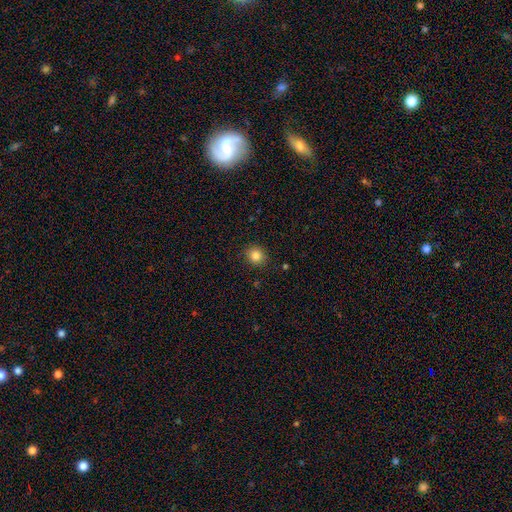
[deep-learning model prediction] smooth-or-featured: smooth: 85% | star or artifact: 11% | featured or disk: 5%
  how-rounded: round: 88% | in between: 11% | cigar-shaped: 1%
  merging: none: 89% | minor disturbance: 8% | major disturbance: 2% | merger: 1%